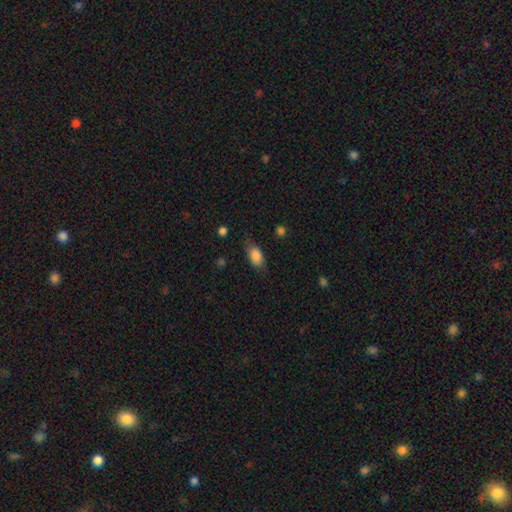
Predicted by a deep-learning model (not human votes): Morphology: type=smooth (86%); roundness=in between (87%); merging=none (69%).